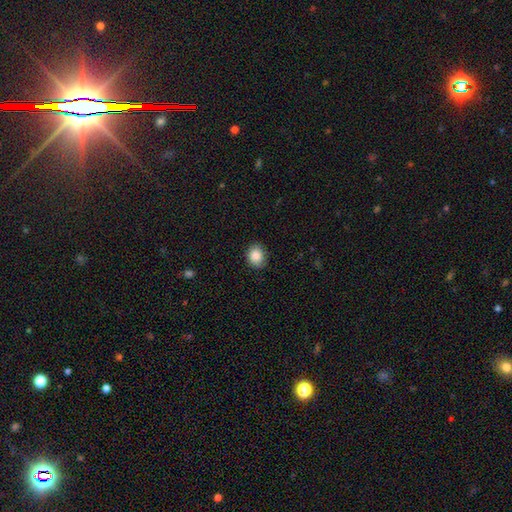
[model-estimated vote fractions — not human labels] Smooth or featured?
  - smooth: 87% *
  - star or artifact: 8%
  - featured or disk: 5%
How rounded?
  - round: 61% *
  - in between: 39%
  - cigar-shaped: 1%
Merging?
  - none: 81% *
  - minor disturbance: 16%
  - major disturbance: 3%
  - merger: 1%